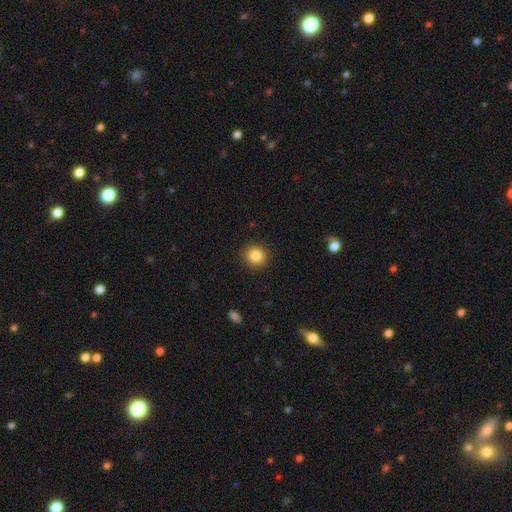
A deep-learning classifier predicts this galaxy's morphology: Q: Smooth or featured?
A: smooth (85%); runner-up: star or artifact (10%)
Q: How rounded?
A: round (89%); runner-up: in between (10%)
Q: Merging?
A: none (92%); runner-up: minor disturbance (6%)